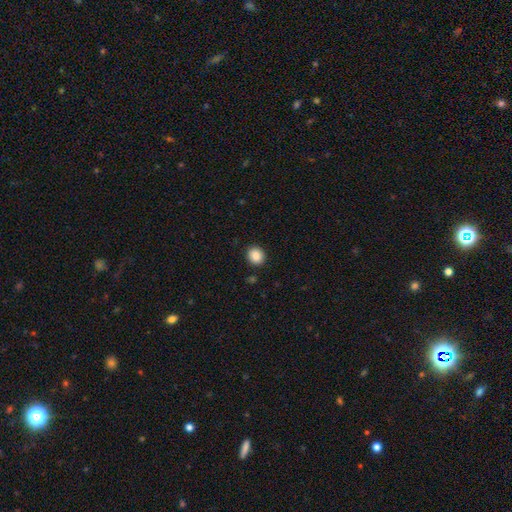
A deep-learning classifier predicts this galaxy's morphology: The model was most divided on "how rounded": round: 79%, in between: 20%, cigar-shaped: 1%. More confident: merging — none (91%); smooth or featured — smooth (87%).